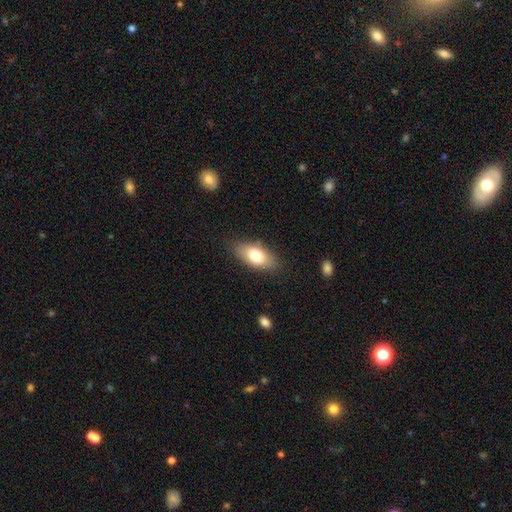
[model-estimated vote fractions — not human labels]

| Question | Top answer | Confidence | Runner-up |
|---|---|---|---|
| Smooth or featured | smooth | 75% | featured or disk (18%) |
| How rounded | in between | 88% | cigar-shaped (8%) |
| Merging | none | 83% | minor disturbance (13%) |